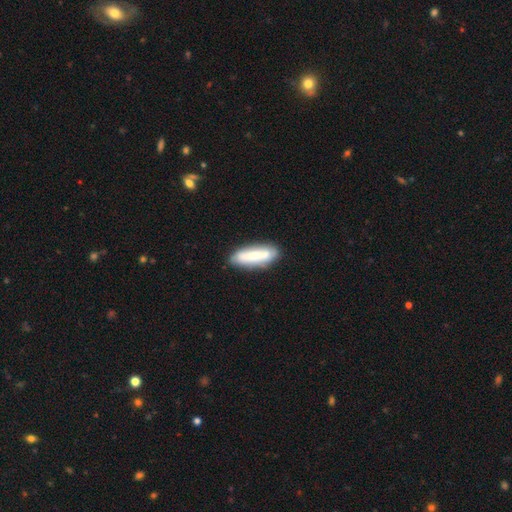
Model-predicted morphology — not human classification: Smooth or featured?
  - smooth: 74% *
  - featured or disk: 20%
  - star or artifact: 6%
How rounded?
  - in between: 51% *
  - cigar-shaped: 47%
  - round: 2%
Merging?
  - none: 75% *
  - minor disturbance: 17%
  - major disturbance: 4%
  - merger: 4%